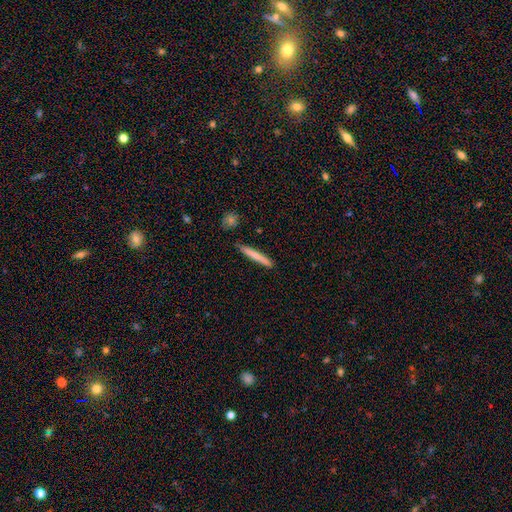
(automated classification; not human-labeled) smooth-or-featured: smooth: 74% | featured or disk: 21% | star or artifact: 6%
  how-rounded: cigar-shaped: 96% | in between: 3% | round: 1%
  merging: none: 89% | minor disturbance: 8% | merger: 2% | major disturbance: 2%